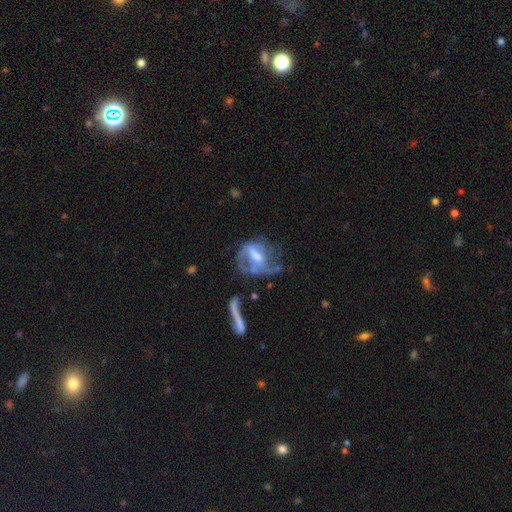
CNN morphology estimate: Smooth or featured? featured or disk (71%)
Edge-on disk? no (95%)
Bar? weak (42%)
Spiral arms? yes (68%)
Bulge size? moderate (45%)
Merging? major disturbance (41%)